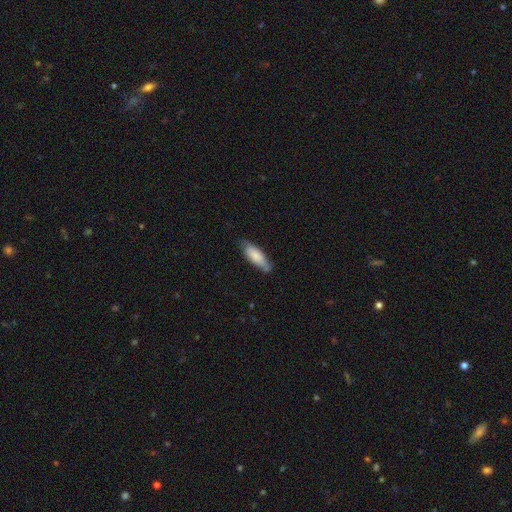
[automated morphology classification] smooth_or_featured: smooth (p=0.81) [alt: featured or disk p=0.14]
how_rounded: in between (p=0.63) [alt: cigar-shaped p=0.36]
merging: none (p=0.68) [alt: minor disturbance p=0.25]